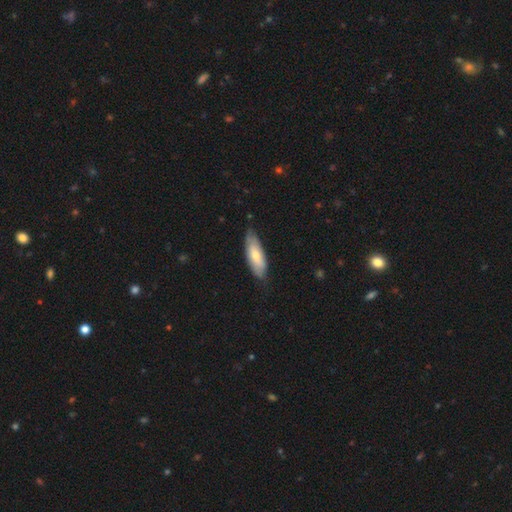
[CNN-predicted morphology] A smooth galaxy with no disk features (69%) that is in between round and cigar-shaped (67%).

Vote fractions:
- Smooth or featured? smooth: 69% / featured or disk: 26% / star or artifact: 5%
- How rounded? in between: 67% / cigar-shaped: 31% / round: 2%
- Merging? none: 72% / minor disturbance: 23% / major disturbance: 3% / merger: 1%